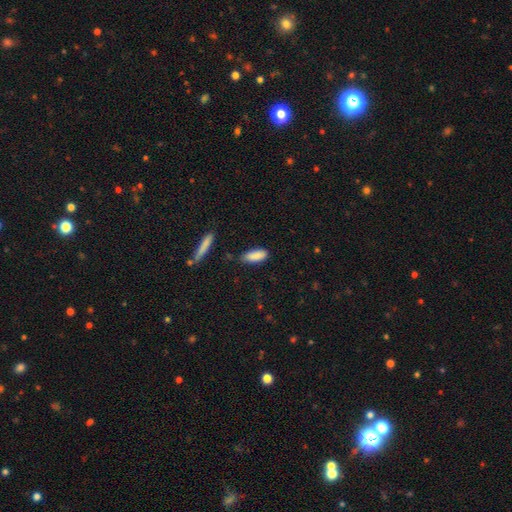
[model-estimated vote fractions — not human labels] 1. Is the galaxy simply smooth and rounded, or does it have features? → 87% smooth, 7% star or artifact, 6% featured or disk.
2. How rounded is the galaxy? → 72% in between, 26% cigar-shaped, 2% round.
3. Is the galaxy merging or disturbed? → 78% none, 16% minor disturbance, 3% major disturbance, 3% merger.